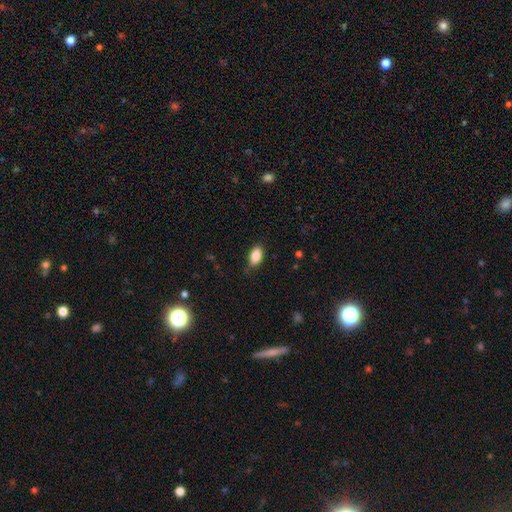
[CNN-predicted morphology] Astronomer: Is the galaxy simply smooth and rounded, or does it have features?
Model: smooth — 87%.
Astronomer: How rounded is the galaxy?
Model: in between — 91%.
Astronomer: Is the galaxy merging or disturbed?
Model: none — 79%.